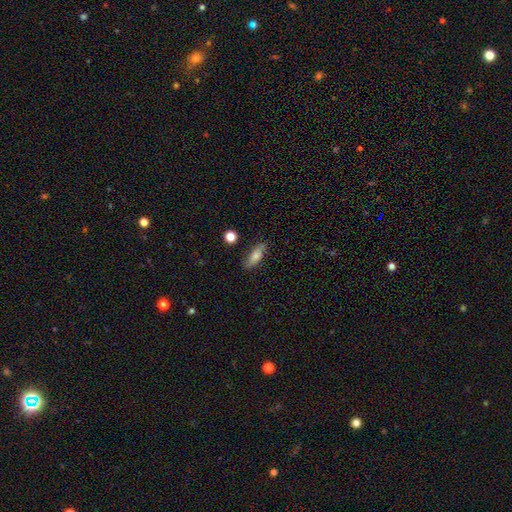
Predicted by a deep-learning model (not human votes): This is likely a smooth galaxy (69%). How rounded: likely in between (60%). Merging: clearly none (82%).